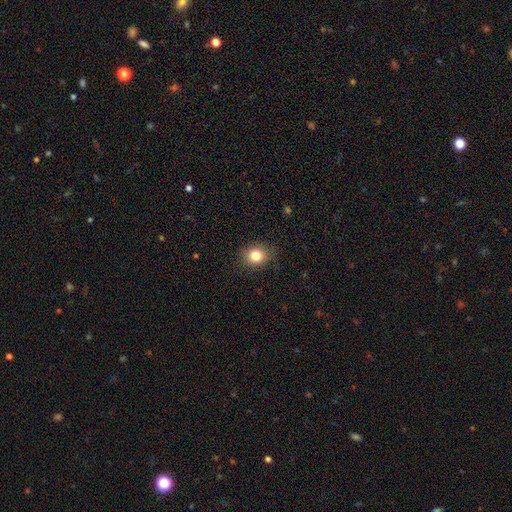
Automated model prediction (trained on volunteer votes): smooth_or_featured: smooth (p=0.82) [alt: star or artifact p=0.11]
how_rounded: round (p=0.65) [alt: in between p=0.34]
merging: none (p=0.85) [alt: minor disturbance p=0.11]